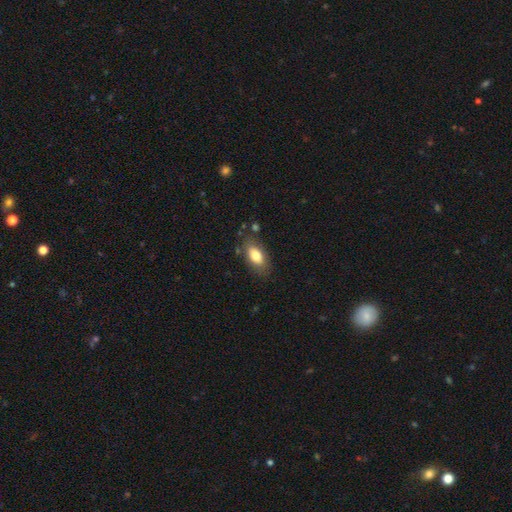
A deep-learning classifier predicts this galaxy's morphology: smooth_or_featured: smooth (p=0.78) [alt: featured or disk p=0.14]
how_rounded: in between (p=0.89) [alt: cigar-shaped p=0.06]
merging: none (p=0.78) [alt: minor disturbance p=0.15]